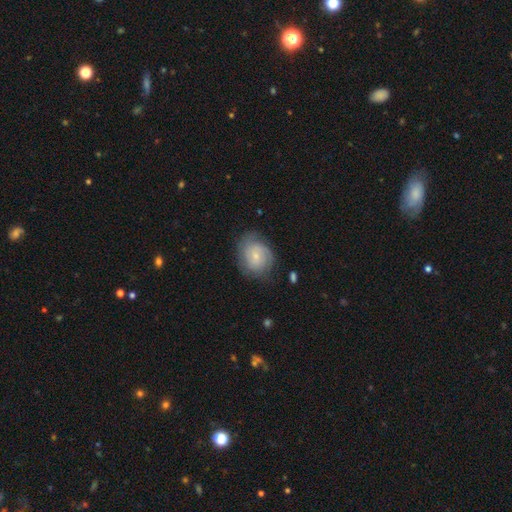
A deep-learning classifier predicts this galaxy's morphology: featured or disk 57%, smooth 36%, star or artifact 7%. Down the decision tree: edge-on disk — no (97%); bar — no (69%); spiral arms — yes (87%); bulge size — small (74%); merging — none (70%).